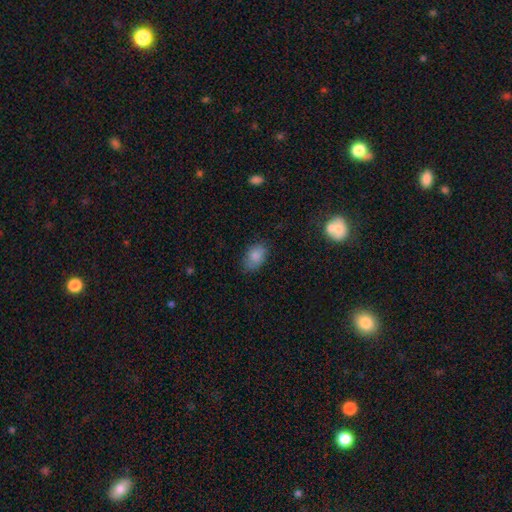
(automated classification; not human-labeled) A smooth galaxy with no disk features (84%) that is in between round and cigar-shaped (84%). Merging: none (76%).